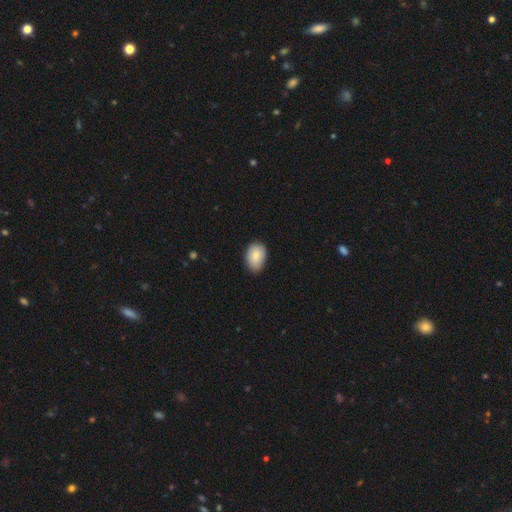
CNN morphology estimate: smooth_or_featured: smooth (p=0.84) [alt: featured or disk p=0.09]
how_rounded: in between (p=0.84) [alt: round p=0.15]
merging: none (p=0.76) [alt: minor disturbance p=0.20]